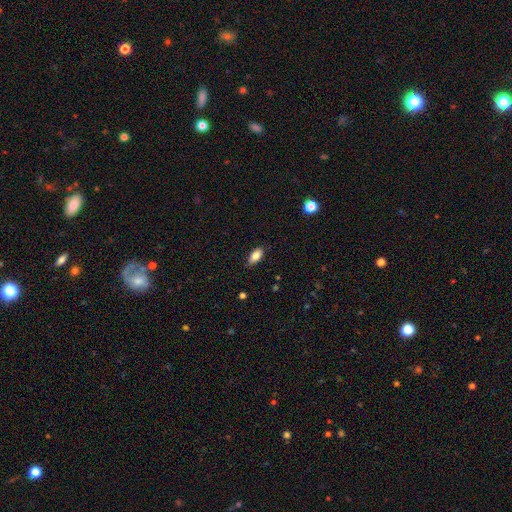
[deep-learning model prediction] Overall: smooth (82%). How rounded: in between (89%). Merging: none (82%).